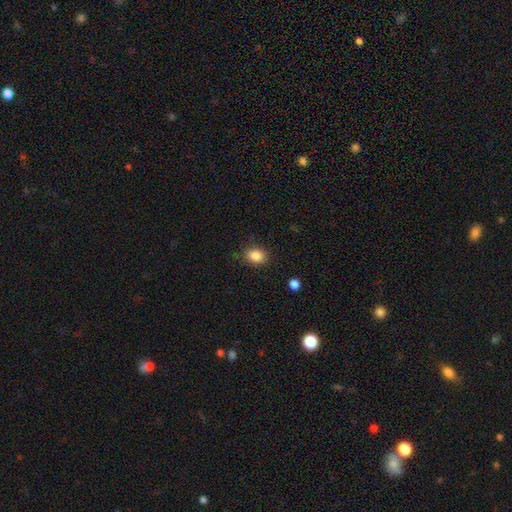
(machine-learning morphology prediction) Smooth or featured? Predicted: smooth (p=0.86). How rounded? Predicted: in between (p=0.63). Merging? Predicted: none (p=0.83).